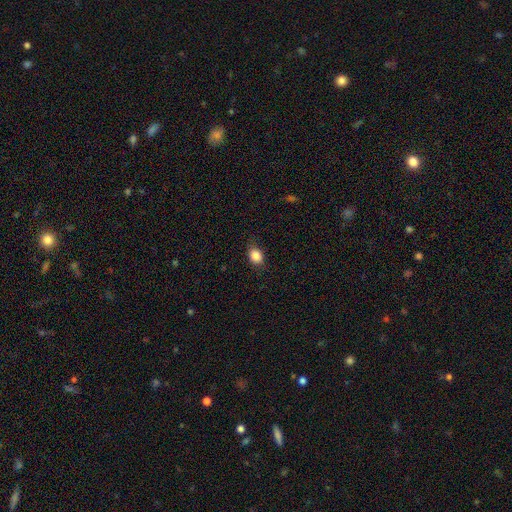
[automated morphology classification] smooth_or_featured: smooth (p=0.86) [alt: star or artifact p=0.09]
how_rounded: in between (p=0.53) [alt: round p=0.46]
merging: none (p=0.78) [alt: minor disturbance p=0.17]